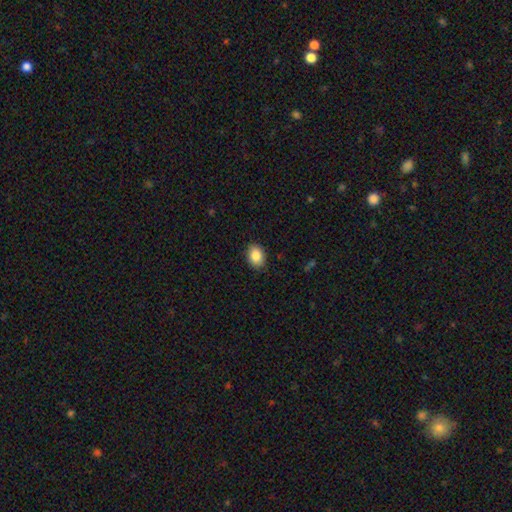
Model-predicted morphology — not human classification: Smooth or featured?
  - smooth: 86% *
  - star or artifact: 8%
  - featured or disk: 6%
How rounded?
  - in between: 71% *
  - round: 28%
  - cigar-shaped: 1%
Merging?
  - none: 88% *
  - minor disturbance: 9%
  - major disturbance: 2%
  - merger: 1%